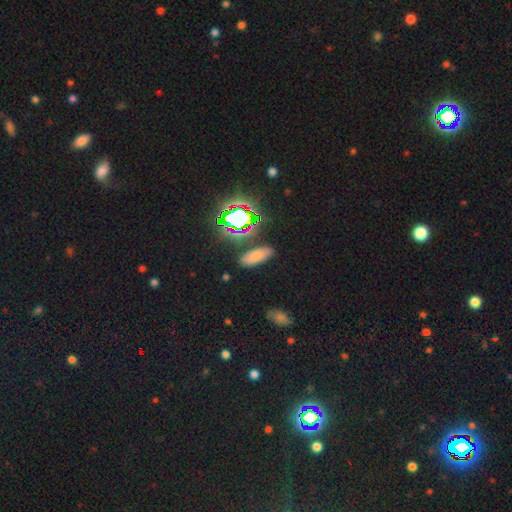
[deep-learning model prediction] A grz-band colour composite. It shows a smooth galaxy with no disk features (64%) that is in between round and cigar-shaped (76%). Merging: none (82%).